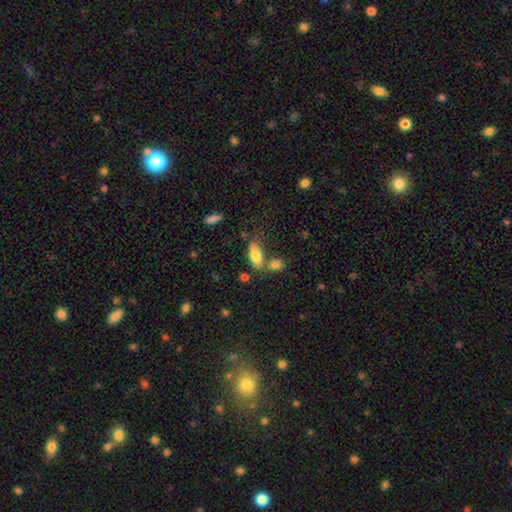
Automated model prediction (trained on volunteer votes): smooth 80%, featured or disk 12%, star or artifact 8%. Down the decision tree: how rounded — in between (83%); merging — none (47%).